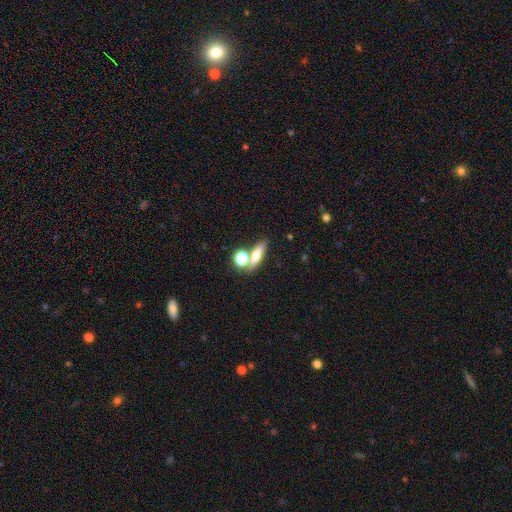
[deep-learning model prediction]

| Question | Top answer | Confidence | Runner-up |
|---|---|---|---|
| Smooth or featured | smooth | 65% | featured or disk (23%) |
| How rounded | in between | 46% | cigar-shaped (34%) |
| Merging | none | 55% | merger (30%) |